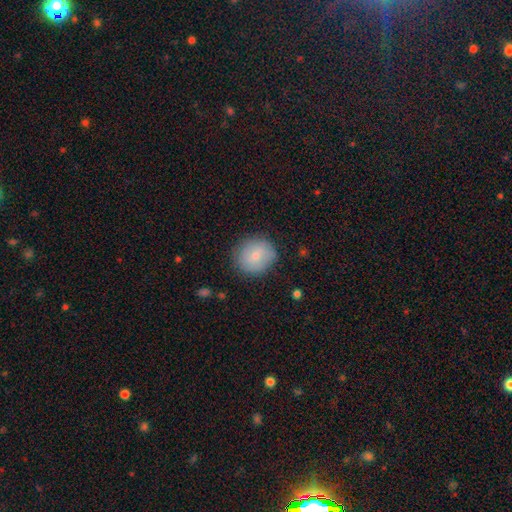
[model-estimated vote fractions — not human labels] Morphology: type=smooth (75%); roundness=round (81%); merging=none (82%).